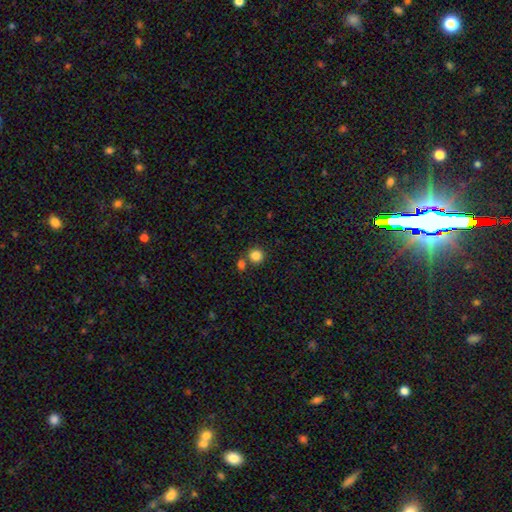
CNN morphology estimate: smooth_or_featured: smooth (p=0.84) [alt: star or artifact p=0.11]
how_rounded: round (p=0.92) [alt: in between p=0.07]
merging: none (p=0.73) [alt: merger p=0.17]